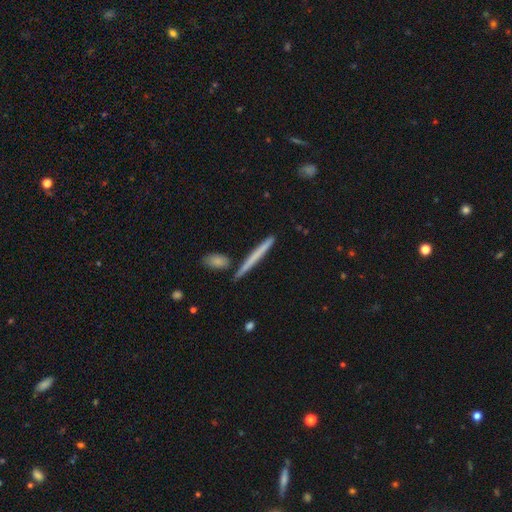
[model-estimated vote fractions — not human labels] Smooth or featured: smooth — 55% (featured or disk — 39%)
How rounded: cigar-shaped — 96% (in between — 2%)
Merging: none — 84% (minor disturbance — 8%)